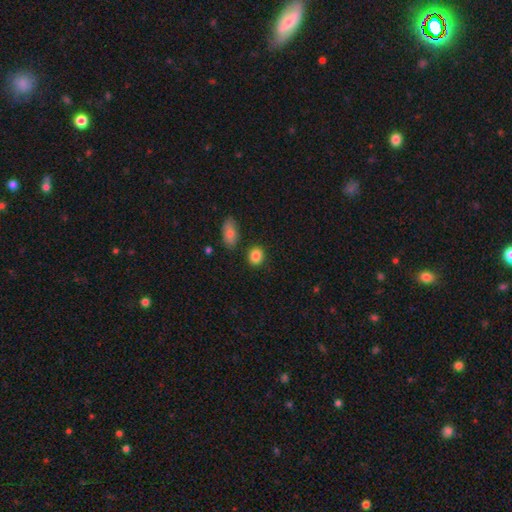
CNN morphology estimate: Overall: smooth (86%). How rounded: round (56%; in between 42%). Merging: none (85%).